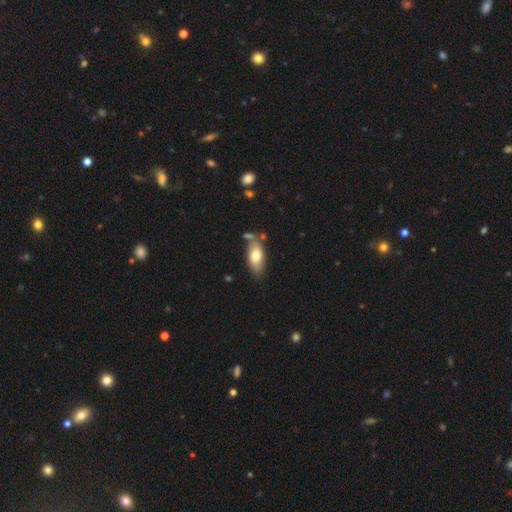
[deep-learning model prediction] Smooth or featured? smooth (73%)
How rounded? in between (89%)
Merging? none (63%)